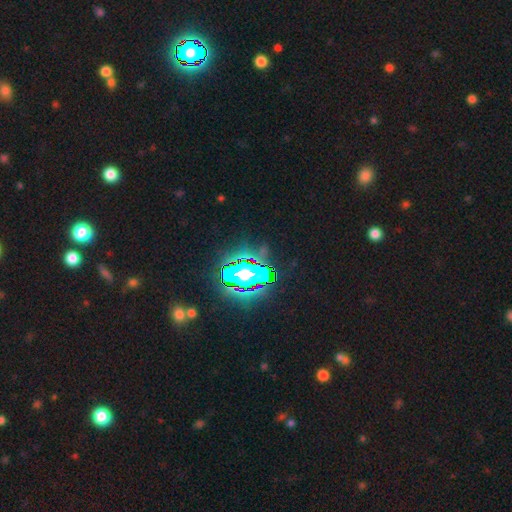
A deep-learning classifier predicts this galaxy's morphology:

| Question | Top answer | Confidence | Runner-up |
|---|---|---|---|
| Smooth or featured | star or artifact | 80% | smooth (11%) |